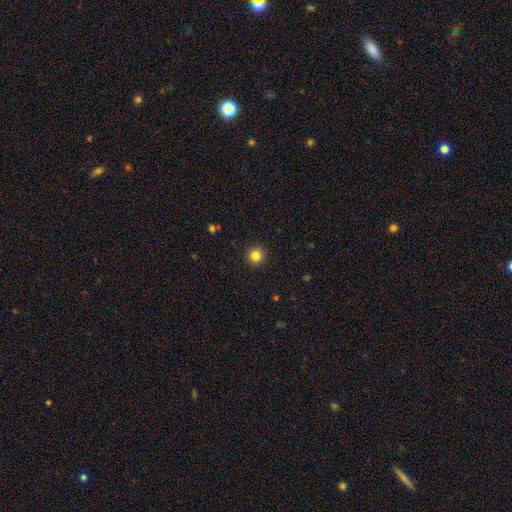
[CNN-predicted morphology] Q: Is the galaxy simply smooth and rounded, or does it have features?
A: smooth — 83%.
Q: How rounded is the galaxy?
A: round — 93%.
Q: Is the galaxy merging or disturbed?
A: none — 92%.